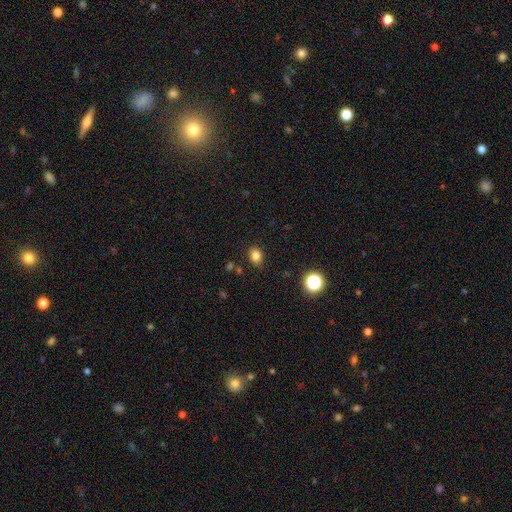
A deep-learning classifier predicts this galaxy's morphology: A smooth galaxy with no disk features (81%) that is in between round and cigar-shaped (55%). Merging: none (86%).